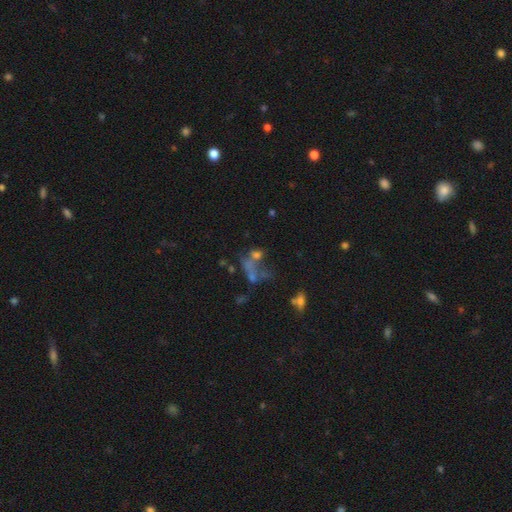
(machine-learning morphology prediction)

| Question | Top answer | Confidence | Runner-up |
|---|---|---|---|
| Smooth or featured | star or artifact | 43% | featured or disk (31%) |